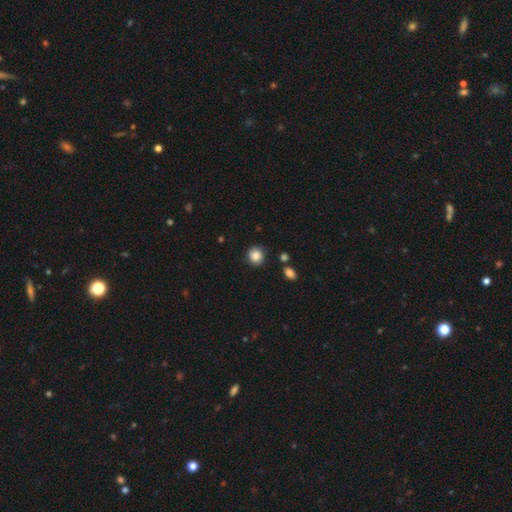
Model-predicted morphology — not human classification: A smooth galaxy with no disk features (86%) that is round (85%).

Vote fractions:
- Smooth or featured? smooth: 86% / star or artifact: 9% / featured or disk: 5%
- How rounded? round: 85% / in between: 14% / cigar-shaped: 1%
- Merging? none: 84% / minor disturbance: 10% / merger: 3% / major disturbance: 3%